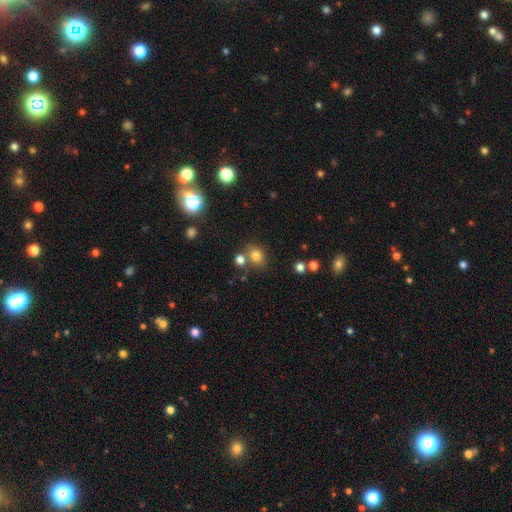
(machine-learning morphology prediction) A smooth galaxy with no disk features (75%) that is round (72%). Merging: none (69%).